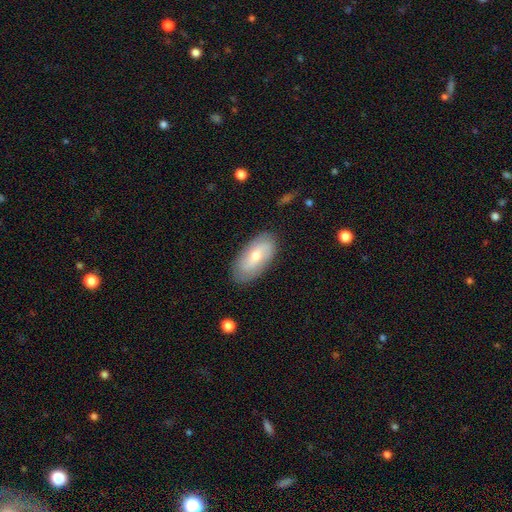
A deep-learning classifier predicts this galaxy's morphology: This appears to be a smooth galaxy with no disk features (54%) that is in between round and cigar-shaped (90%). Merging: none (83%).